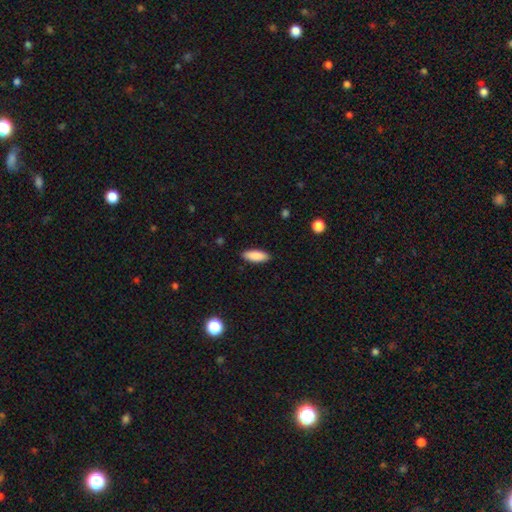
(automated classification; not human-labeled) Morphology: type=smooth (88%); roundness=in between (74%); merging=none (89%).